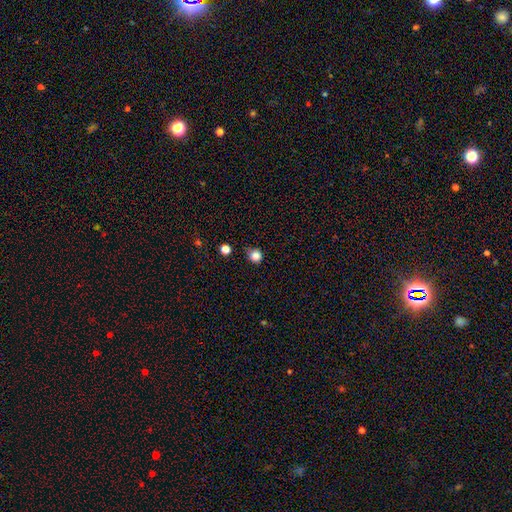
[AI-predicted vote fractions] Overall: smooth (83%). How rounded: round (92%). Merging: none (80%).